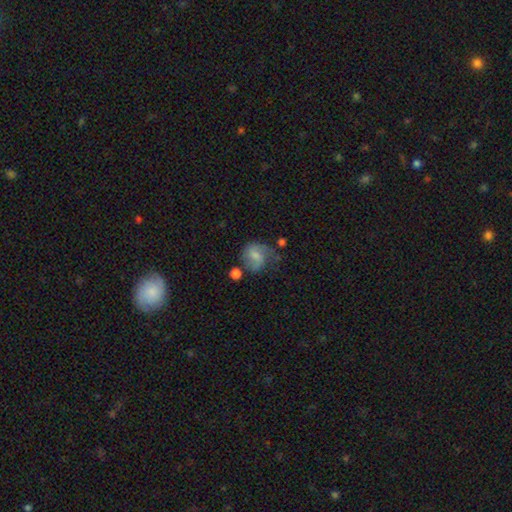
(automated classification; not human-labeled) A smooth galaxy with no disk features (50%).

Vote fractions:
- Smooth or featured? smooth: 50% / featured or disk: 41% / star or artifact: 9%
- Merging? none: 43% / minor disturbance: 27% / major disturbance: 20% / merger: 9%